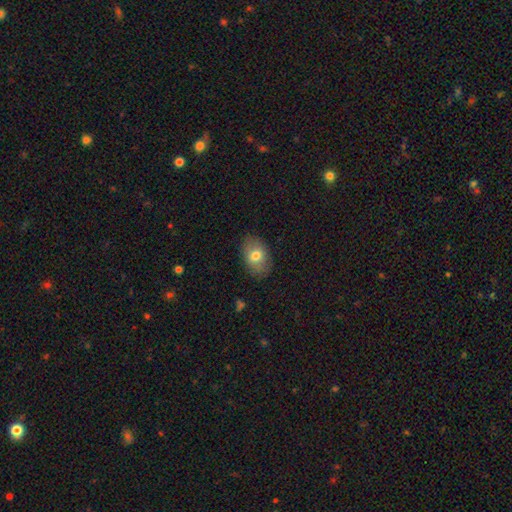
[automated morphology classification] Q: Smooth or featured?
A: smooth (75%); runner-up: featured or disk (17%)
Q: How rounded?
A: in between (82%); runner-up: round (17%)
Q: Merging?
A: none (84%); runner-up: minor disturbance (12%)